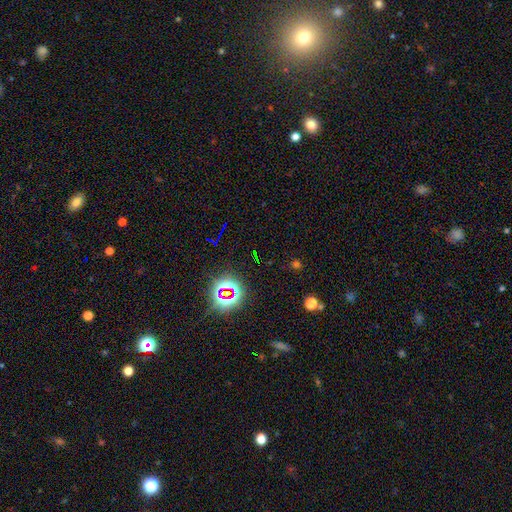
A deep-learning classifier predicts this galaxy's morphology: Smooth or featured? Predicted: star or artifact (p=0.73).